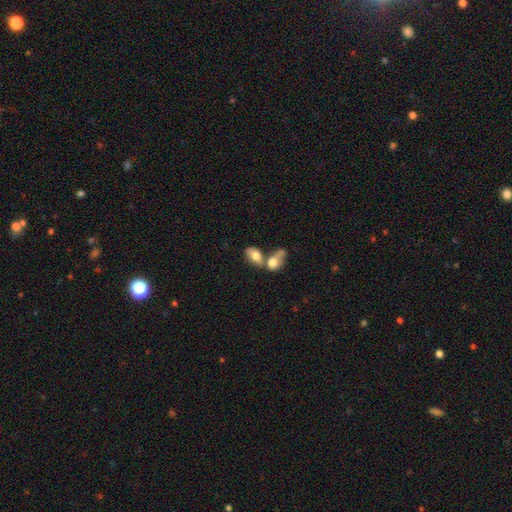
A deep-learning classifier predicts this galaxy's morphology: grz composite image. It shows a smooth galaxy with no disk features (73%) that is in between round and cigar-shaped (84%). Merging: merger (69%).